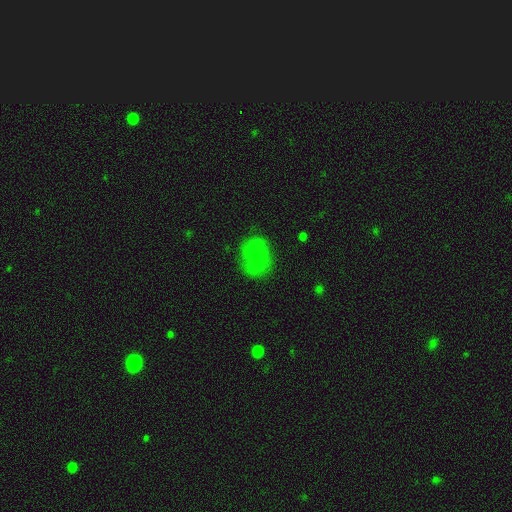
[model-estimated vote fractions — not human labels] Smooth or featured? Predicted: smooth (p=0.59). How rounded? Predicted: round (p=0.55). Merging? Predicted: none (p=0.72).